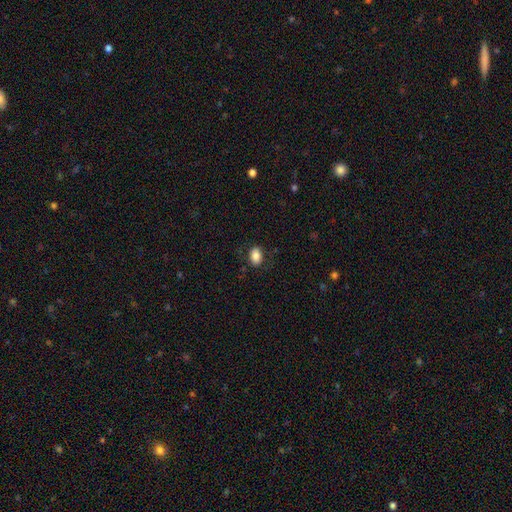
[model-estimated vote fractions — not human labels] This is clearly a smooth galaxy (84%). How rounded: likely in between (79%). Merging: clearly none (83%).